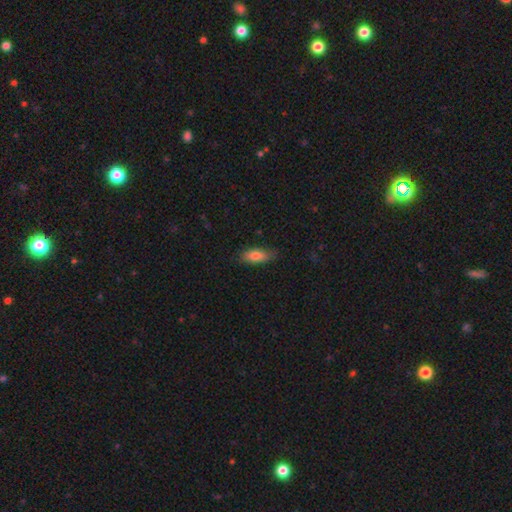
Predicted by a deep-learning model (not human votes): Smooth or featured: smooth — 77% (featured or disk — 16%)
How rounded: in between — 77% (cigar-shaped — 20%)
Merging: none — 77% (minor disturbance — 19%)